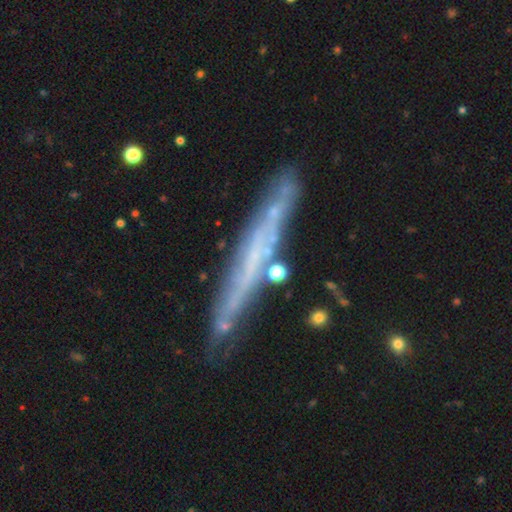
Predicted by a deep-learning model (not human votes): A featured or disk galaxy (65%) viewed edge-on (85%) with no central bulge (87%).

Vote fractions:
- Smooth or featured? featured or disk: 65% / smooth: 26% / star or artifact: 9%
- Edge-on disk? yes: 85% / no: 15%
- Edge-on bulge? none: 87% / rounded: 8% / boxy: 5%
- Merging? none: 78% / minor disturbance: 15% / major disturbance: 4% / merger: 3%